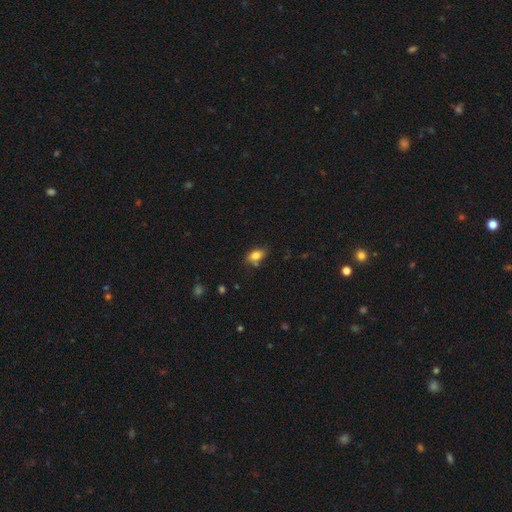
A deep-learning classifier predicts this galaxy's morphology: Smooth or featured: smooth — 81% (featured or disk — 10%)
How rounded: in between — 86% (round — 10%)
Merging: none — 69% (minor disturbance — 19%)